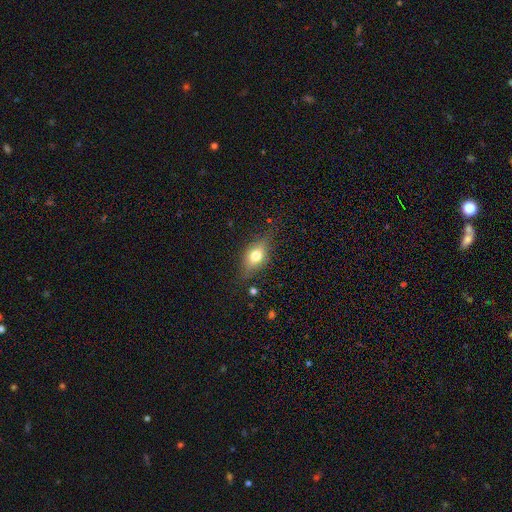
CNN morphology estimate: Q: Smooth or featured?
A: smooth (59%); runner-up: featured or disk (31%)
Q: How rounded?
A: in between (75%); runner-up: round (14%)
Q: Merging?
A: none (75%); runner-up: minor disturbance (18%)